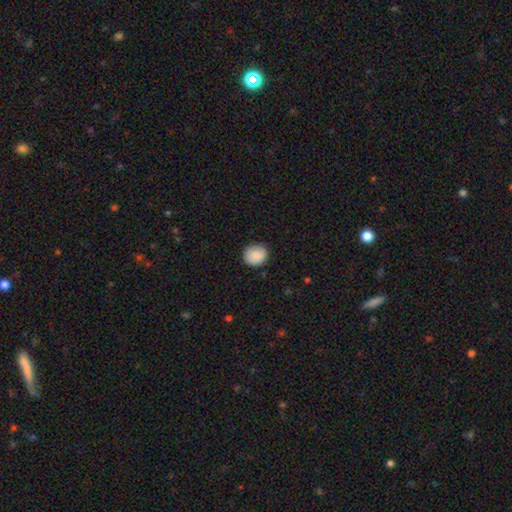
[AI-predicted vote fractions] This appears to be a smooth galaxy with no disk features (89%) that is round (80%). Merging: none (85%).